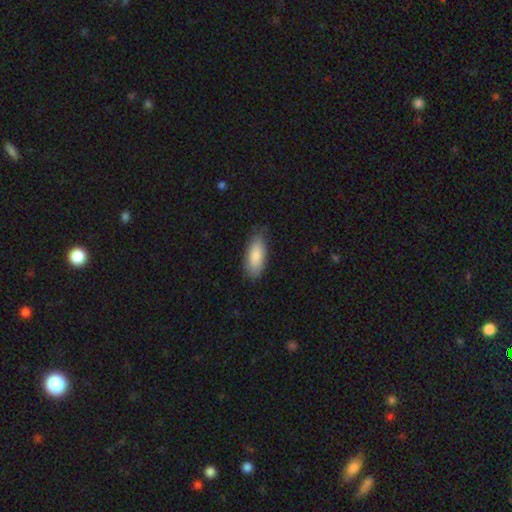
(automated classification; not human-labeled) A smooth galaxy with no disk features (83%) that is in between round and cigar-shaped (79%).

Vote fractions:
- Smooth or featured? smooth: 83% / featured or disk: 11% / star or artifact: 6%
- How rounded? in between: 79% / cigar-shaped: 19% / round: 2%
- Merging? none: 80% / minor disturbance: 16% / major disturbance: 3% / merger: 1%